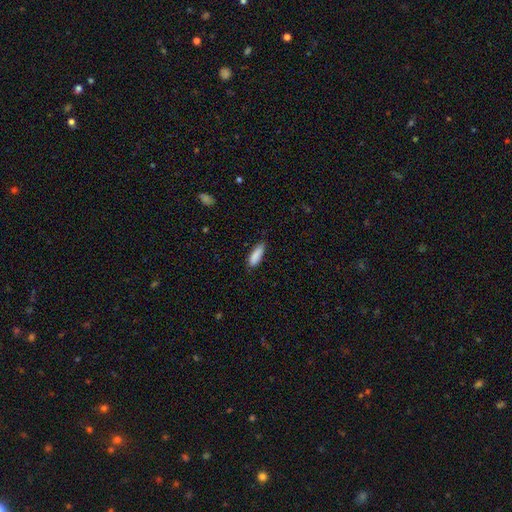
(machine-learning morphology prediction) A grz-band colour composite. It shows a smooth galaxy with no disk features (88%) that is in between round and cigar-shaped (54%). Merging: none (76%).